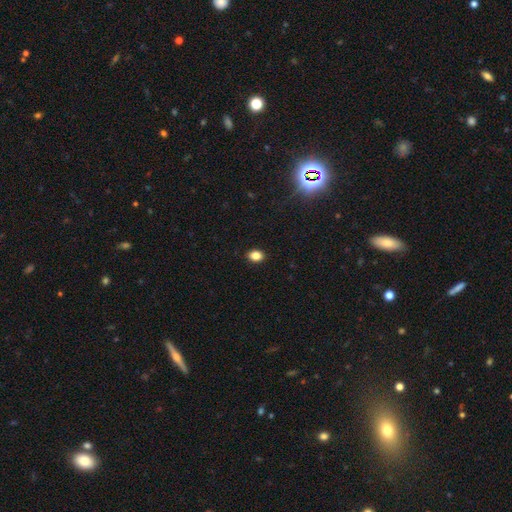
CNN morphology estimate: smooth_or_featured: smooth (p=0.85) [alt: star or artifact p=0.11]
how_rounded: in between (p=0.68) [alt: round p=0.31]
merging: none (p=0.90) [alt: minor disturbance p=0.08]